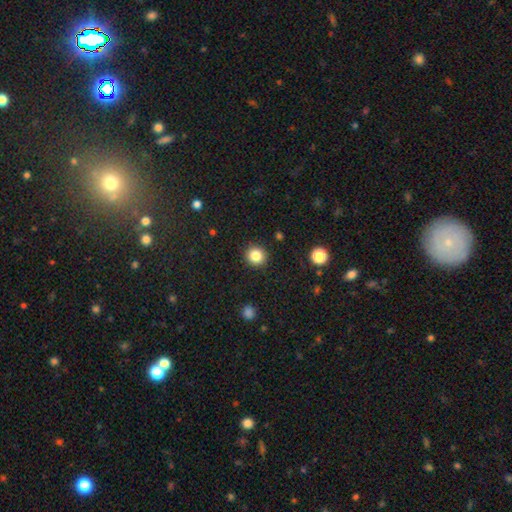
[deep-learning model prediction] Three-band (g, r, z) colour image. It shows a smooth galaxy with no disk features (84%) that is round (91%). Merging: none (91%).